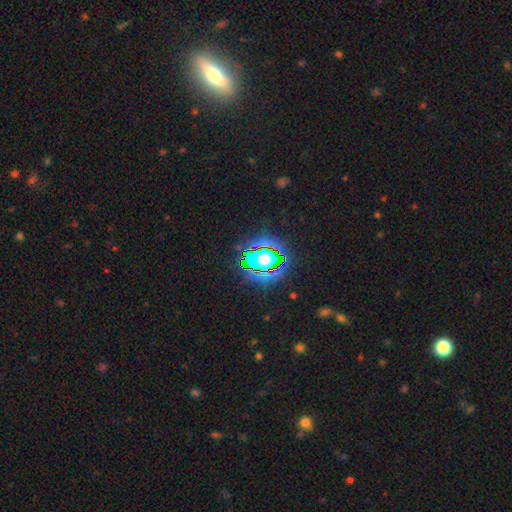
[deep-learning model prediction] smooth_or_featured: star or artifact (p=0.79) [alt: smooth p=0.12]